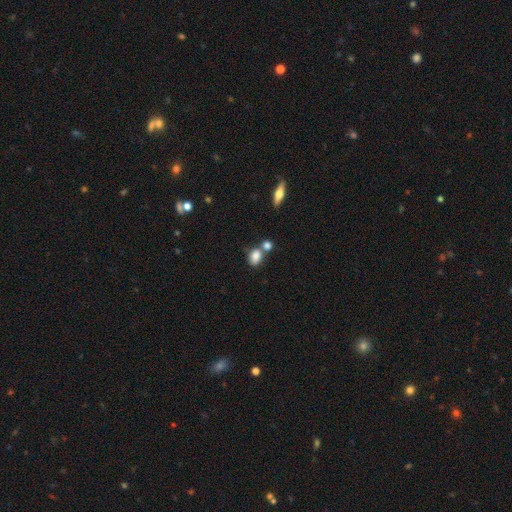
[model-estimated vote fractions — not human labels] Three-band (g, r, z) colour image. It shows a smooth galaxy with no disk features (81%) that is in between round and cigar-shaped (72%). Merging: none (44%).